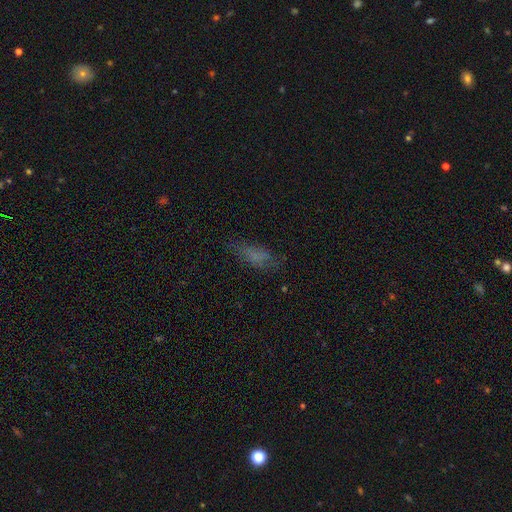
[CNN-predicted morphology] type=smooth (62%); roundness=in between (65%); merging=none (58%).